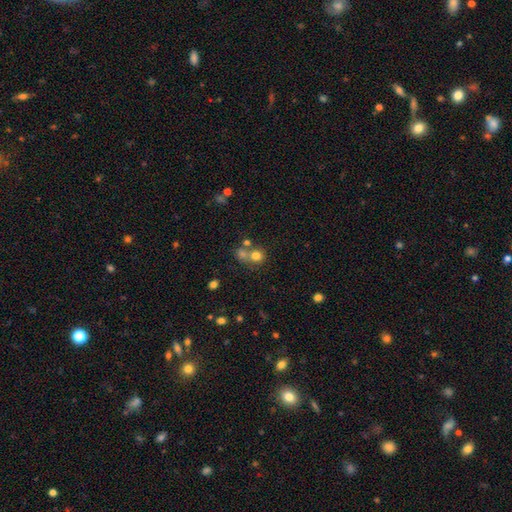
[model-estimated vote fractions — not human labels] The model was most divided on "merging": none: 48%, merger: 40%, minor disturbance: 7%, major disturbance: 4%. More confident: how rounded — round (84%); smooth or featured — smooth (73%).